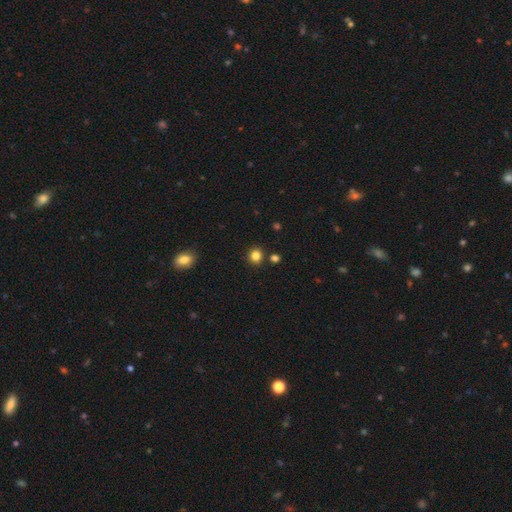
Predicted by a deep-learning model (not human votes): smooth 83%, star or artifact 13%, featured or disk 4%. Down the decision tree: how rounded — round (88%); merging — none (87%).